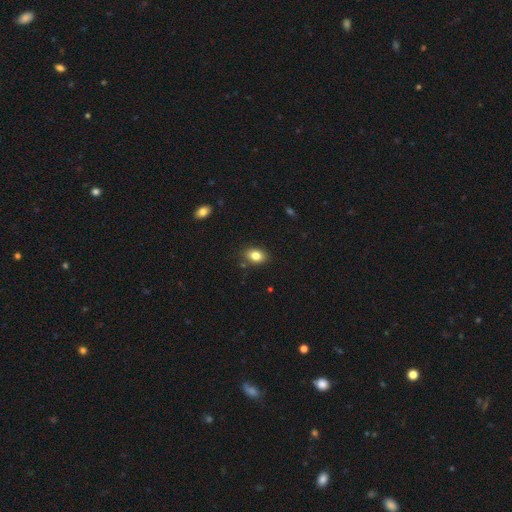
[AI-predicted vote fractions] Q: Smooth or featured?
A: smooth (82%); runner-up: star or artifact (9%)
Q: How rounded?
A: in between (80%); runner-up: round (19%)
Q: Merging?
A: none (84%); runner-up: minor disturbance (11%)